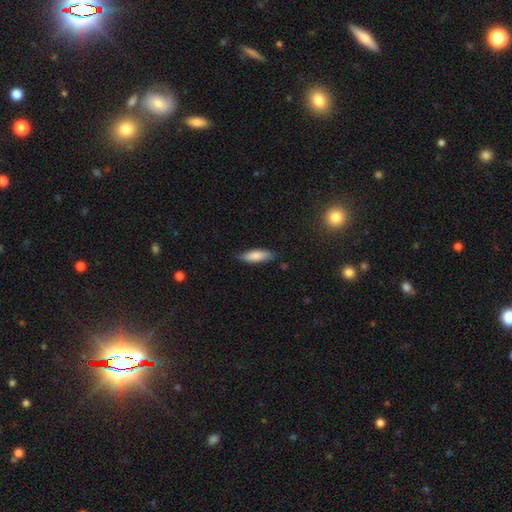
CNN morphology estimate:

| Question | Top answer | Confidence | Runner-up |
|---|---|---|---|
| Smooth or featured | smooth | 81% | featured or disk (13%) |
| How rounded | cigar-shaped | 51% | in between (47%) |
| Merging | none | 81% | minor disturbance (15%) |